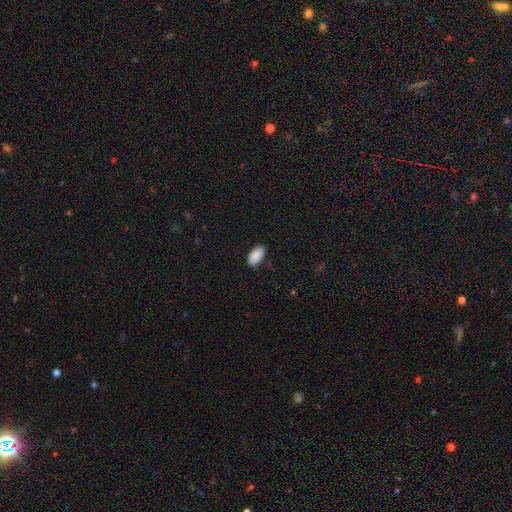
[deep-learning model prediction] smooth 90%, star or artifact 7%, featured or disk 3%. Down the decision tree: how rounded — in between (95%); merging — none (85%).